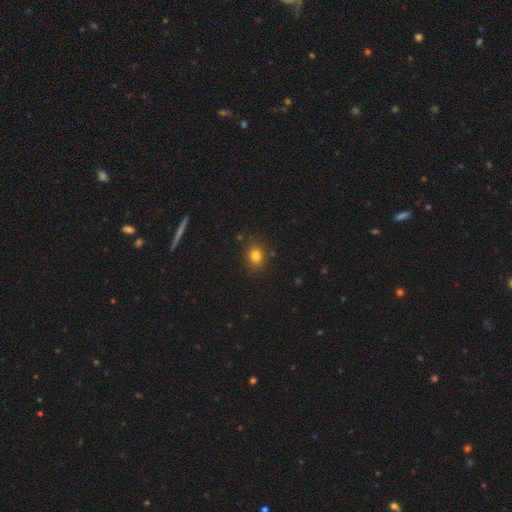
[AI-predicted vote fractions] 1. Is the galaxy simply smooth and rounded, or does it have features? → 80% smooth, 13% star or artifact, 7% featured or disk.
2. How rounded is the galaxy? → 66% round, 33% in between, 1% cigar-shaped.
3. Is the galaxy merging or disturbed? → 84% none, 10% minor disturbance, 3% major disturbance, 2% merger.